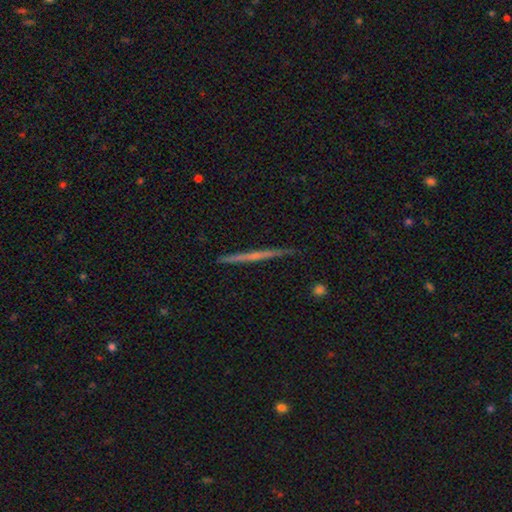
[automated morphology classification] Smooth or featured?
  - featured or disk: 64% *
  - smooth: 27%
  - star or artifact: 10%
Edge-on disk?
  - yes: 97% *
  - no: 3%
Edge-on bulge?
  - none: 64% *
  - rounded: 29%
  - boxy: 7%
Merging?
  - none: 90% *
  - minor disturbance: 7%
  - major disturbance: 2%
  - merger: 1%